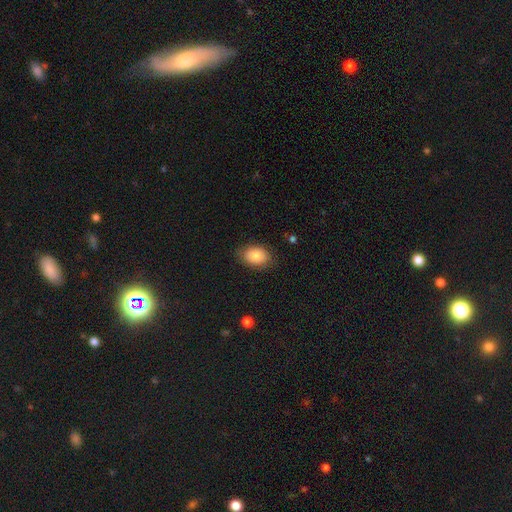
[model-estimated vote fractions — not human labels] Smooth or featured? smooth (85%)
How rounded? in between (81%)
Merging? none (81%)